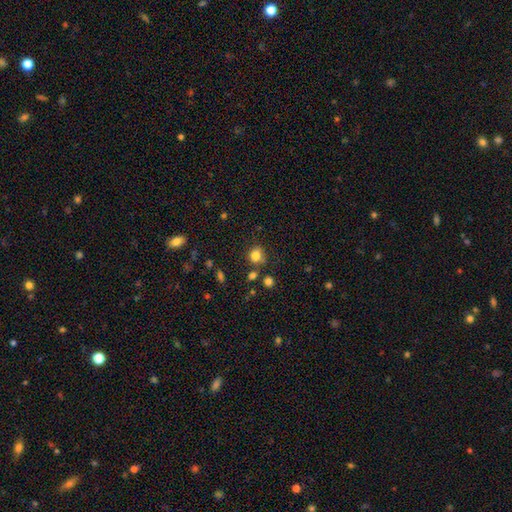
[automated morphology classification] This is clearly a smooth galaxy (81%). How rounded: likely round (77%). Merging: likely none (71%).